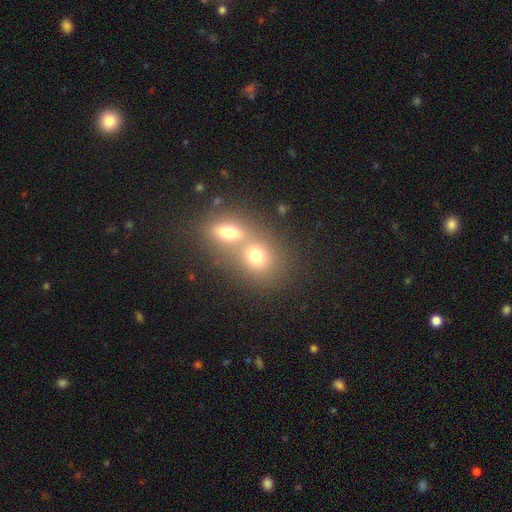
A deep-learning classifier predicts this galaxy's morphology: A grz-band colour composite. It shows a smooth galaxy with no disk features (67%) that is round (61%). Merging: merger (64%).